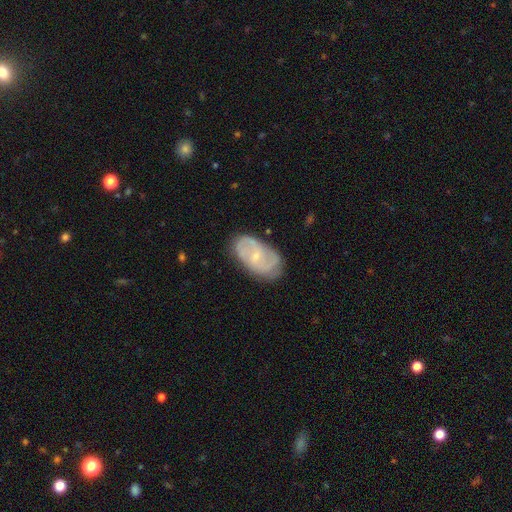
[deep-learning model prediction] Smooth or featured: featured or disk — 70% (smooth — 23%)
Edge-on disk: no — 96% (yes — 4%)
Bar: no — 55% (weak — 38%)
Spiral arms: yes — 85% (no — 15%)
Spiral winding: medium — 43% (tight — 39%)
Spiral arm count: 2 — 52% (can't tell — 28%)
Bulge size: small — 73% (moderate — 21%)
Merging: none — 74% (minor disturbance — 19%)